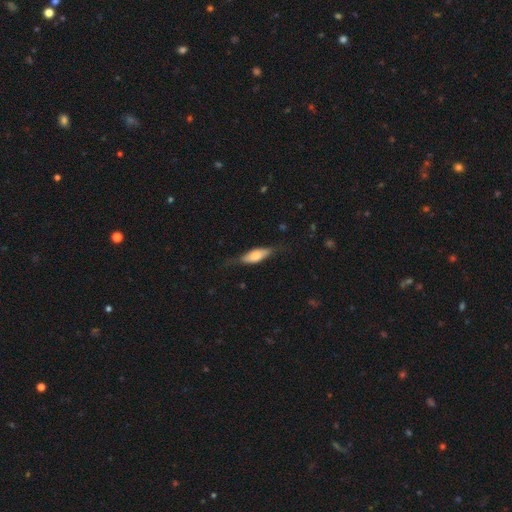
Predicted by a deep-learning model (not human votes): This appears to be a smooth galaxy with no disk features (58%) that is in between round and cigar-shaped (65%). Merging: none (66%).